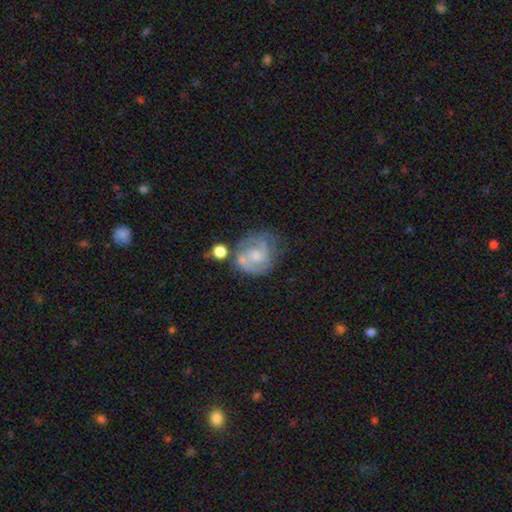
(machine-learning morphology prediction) type=featured or disk (73%); edge-on=no (98%); bar=no (56%); spiral arms=yes (88%); winding=medium (44%); arm count=2 (65%); bulge=small (42%); merging=none (54%).